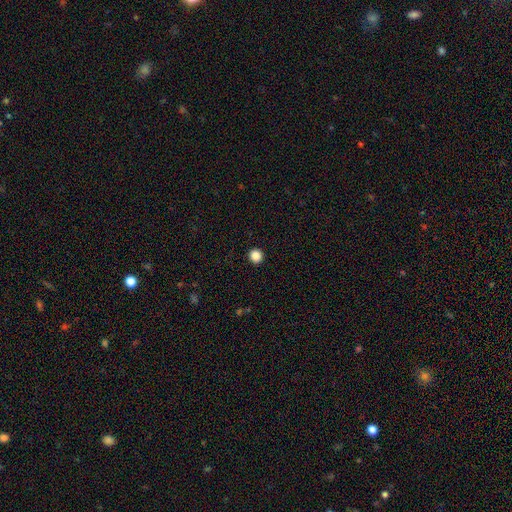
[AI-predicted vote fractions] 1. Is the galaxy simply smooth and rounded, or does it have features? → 86% smooth, 11% star or artifact, 3% featured or disk.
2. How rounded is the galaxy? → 94% round, 5% in between, 1% cigar-shaped.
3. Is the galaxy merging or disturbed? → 94% none, 4% minor disturbance, 2% major disturbance, 1% merger.